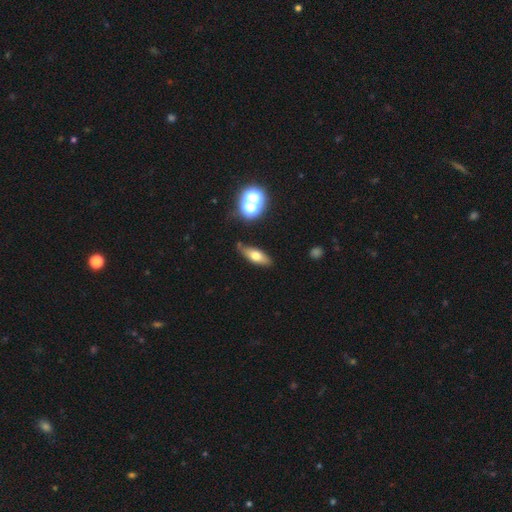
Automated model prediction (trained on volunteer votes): Smooth or featured?
  - smooth: 60% *
  - featured or disk: 29%
  - star or artifact: 11%
How rounded?
  - in between: 62% *
  - cigar-shaped: 33%
  - round: 5%
Merging?
  - none: 77% *
  - minor disturbance: 15%
  - merger: 4%
  - major disturbance: 3%